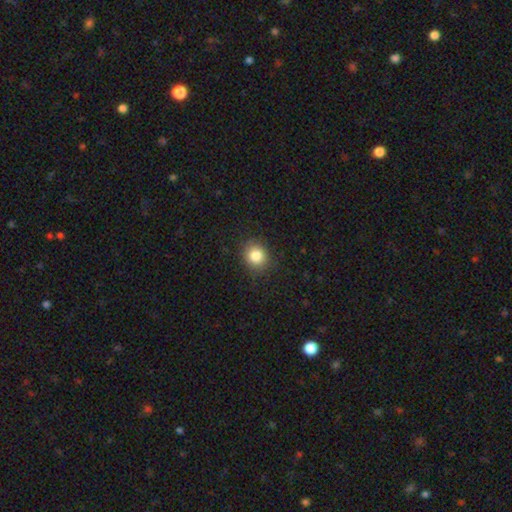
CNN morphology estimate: Smooth or featured? smooth (84%)
How rounded? round (80%)
Merging? none (87%)